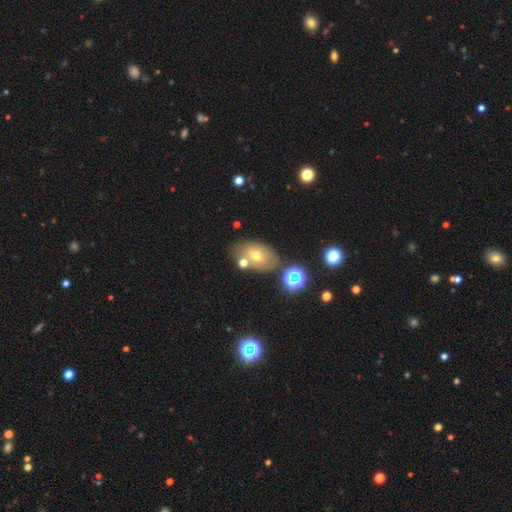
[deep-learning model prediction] Overall: smooth (59%; featured or disk 27%). How rounded: in between (82%). Merging: none (65%).